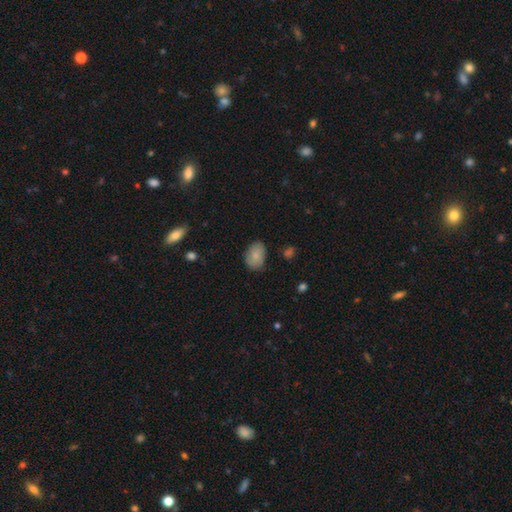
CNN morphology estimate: This is clearly a smooth galaxy (84%). How rounded: clearly in between (82%). Merging: likely none (77%).